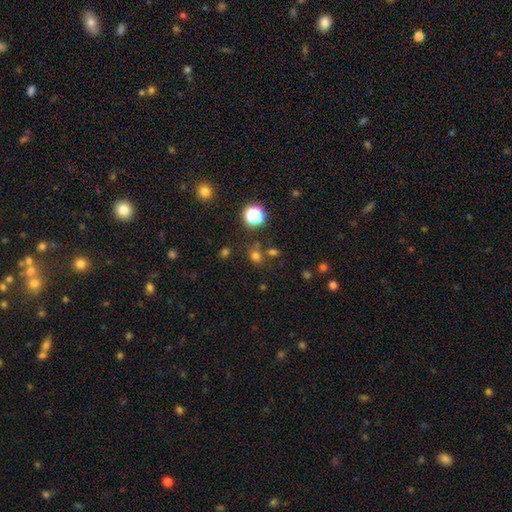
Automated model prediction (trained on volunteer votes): Smooth or featured: smooth — 68% (star or artifact — 25%)
How rounded: round — 67% (in between — 32%)
Merging: none — 70% (merger — 14%)